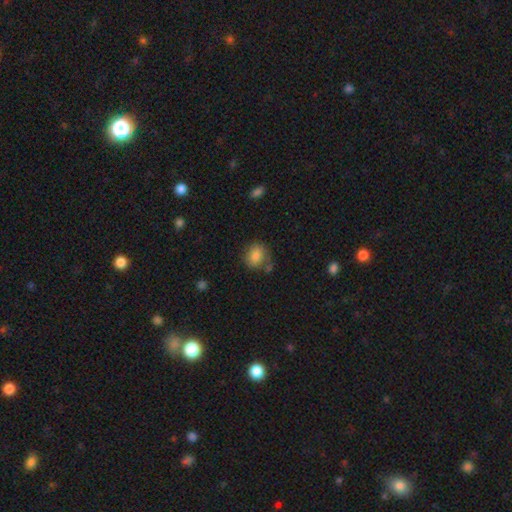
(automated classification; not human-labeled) Smooth or featured? smooth (83%)
How rounded? round (56%)
Merging? none (64%)